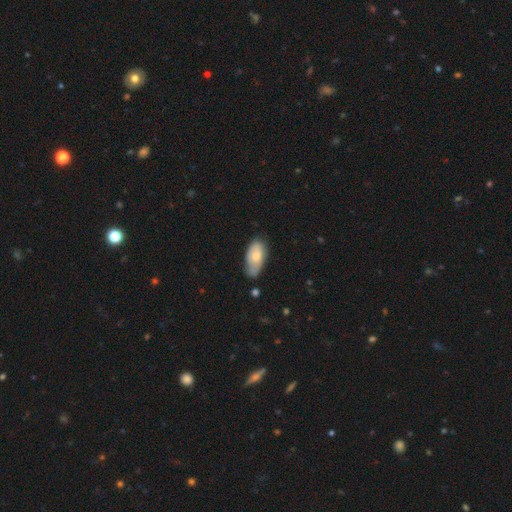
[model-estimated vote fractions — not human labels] Smooth or featured? Predicted: smooth (p=0.67). How rounded? Predicted: in between (p=0.91). Merging? Predicted: none (p=0.53).